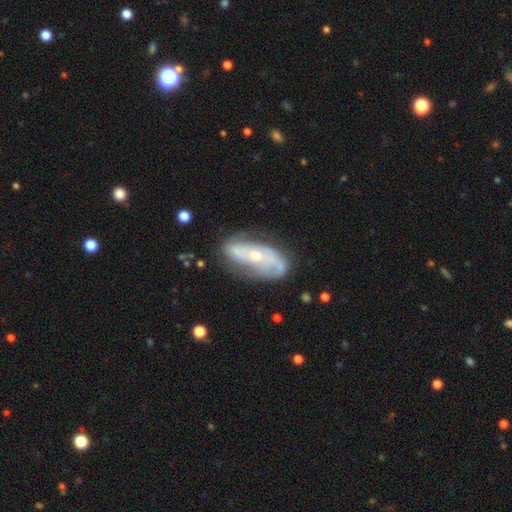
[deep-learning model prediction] smooth-or-featured: featured or disk: 78% | smooth: 16% | star or artifact: 6%
  disk-edge-on: no: 91% | yes: 9%
    bar: no: 65% | weak: 22% | strong: 13%
    has-spiral-arms: yes: 88% | no: 12%
      spiral-winding: medium: 39% | tight: 35% | loose: 27%
      spiral-arm-count: 2: 64% | can't tell: 20% | 3: 7% | 1: 4% | 4: 2% | more than 4: 2%
    bulge-size: small: 62% | moderate: 34% | large: 2% | none: 1% | dominant: 1%
  merging: none: 65% | minor disturbance: 22% | major disturbance: 11% | merger: 3%